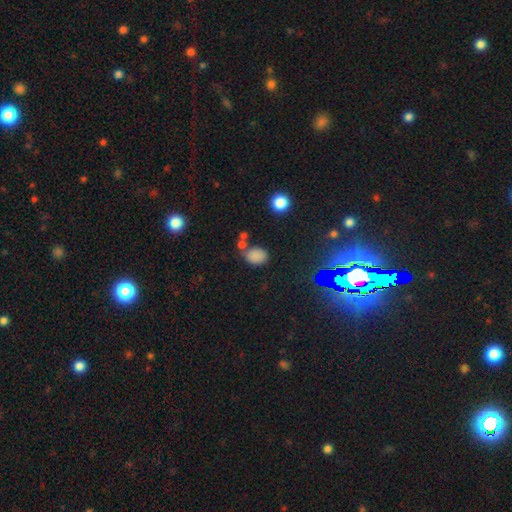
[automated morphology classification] Smooth or featured?
  - smooth: 78% *
  - star or artifact: 16%
  - featured or disk: 6%
How rounded?
  - in between: 69% *
  - round: 29%
  - cigar-shaped: 1%
Merging?
  - none: 63% *
  - minor disturbance: 16%
  - merger: 15%
  - major disturbance: 6%